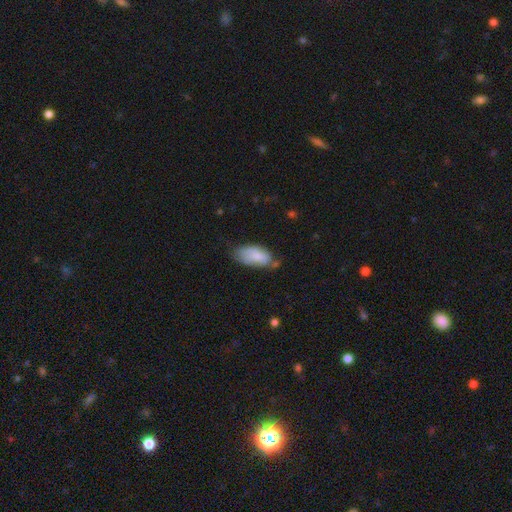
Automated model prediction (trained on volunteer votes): Q: Smooth or featured?
A: smooth (78%); runner-up: featured or disk (15%)
Q: How rounded?
A: in between (93%); runner-up: cigar-shaped (5%)
Q: Merging?
A: none (44%); runner-up: minor disturbance (38%)